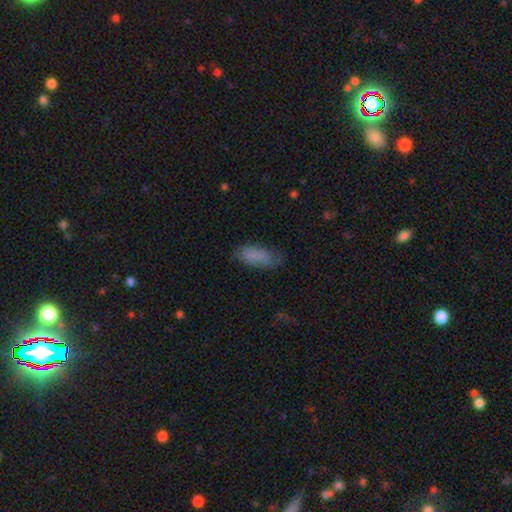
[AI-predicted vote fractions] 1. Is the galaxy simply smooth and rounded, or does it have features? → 81% smooth, 11% featured or disk, 8% star or artifact.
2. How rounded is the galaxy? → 82% in between, 16% cigar-shaped, 2% round.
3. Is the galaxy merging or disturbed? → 65% none, 25% minor disturbance, 8% major disturbance, 2% merger.